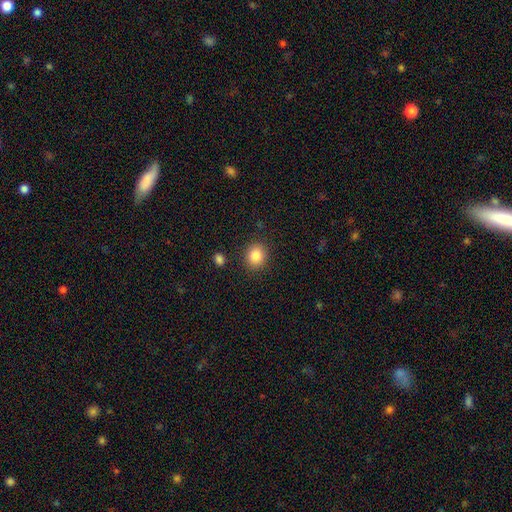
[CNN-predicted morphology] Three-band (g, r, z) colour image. It shows a smooth galaxy with no disk features (85%) that is round (81%). Merging: none (88%).